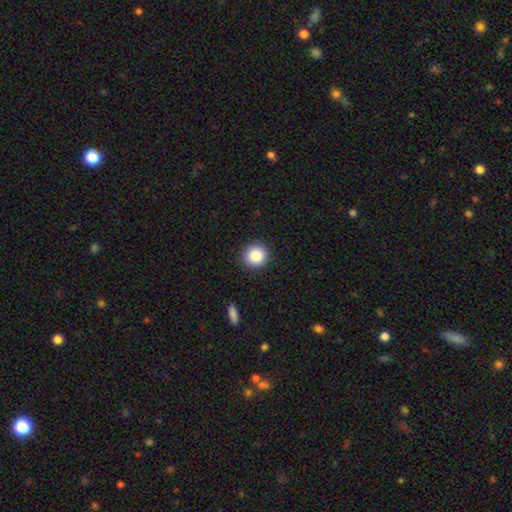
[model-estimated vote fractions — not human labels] Smooth or featured: smooth — 87% (star or artifact — 9%)
How rounded: round — 89% (in between — 10%)
Merging: none — 90% (minor disturbance — 7%)